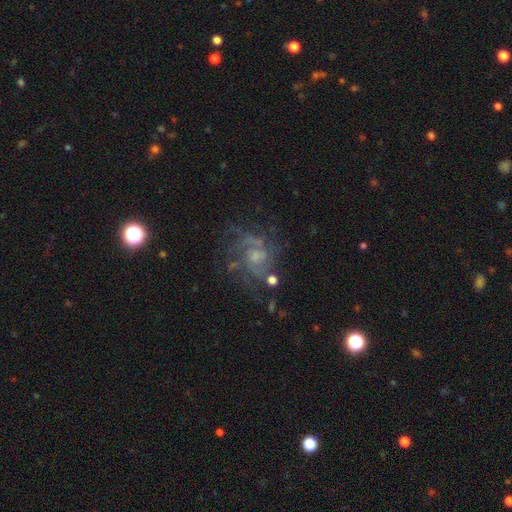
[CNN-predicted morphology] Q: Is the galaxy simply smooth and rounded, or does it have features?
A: featured or disk — 79%.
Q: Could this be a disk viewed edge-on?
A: no — 98%.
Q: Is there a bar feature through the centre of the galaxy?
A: no — 70%.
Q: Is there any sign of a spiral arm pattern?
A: yes — 91%.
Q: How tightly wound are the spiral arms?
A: medium — 44%.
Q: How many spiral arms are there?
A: can't tell — 32%.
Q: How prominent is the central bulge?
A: small — 57%.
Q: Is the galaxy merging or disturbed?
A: none — 61%.